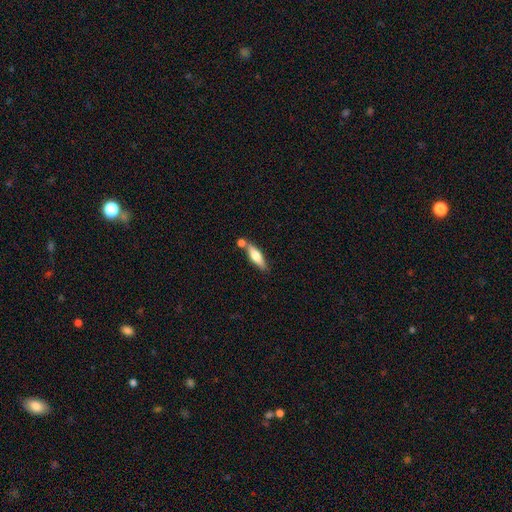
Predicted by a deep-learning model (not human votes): smooth 56%, featured or disk 38%, star or artifact 6%. Down the decision tree: how rounded — cigar-shaped (57%); merging — none (63%).